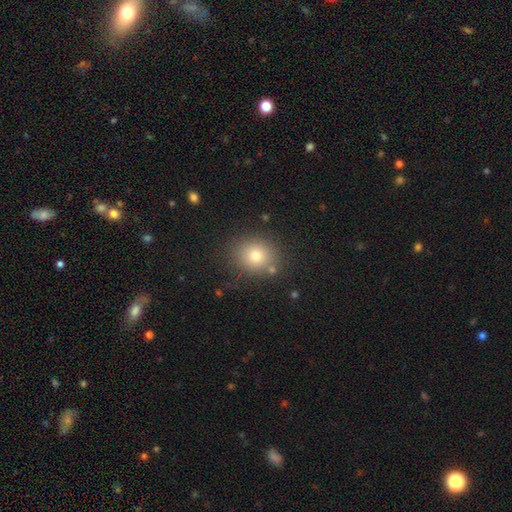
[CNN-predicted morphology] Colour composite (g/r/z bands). It shows a smooth galaxy with no disk features (76%) that is round (74%). Merging: none (81%).